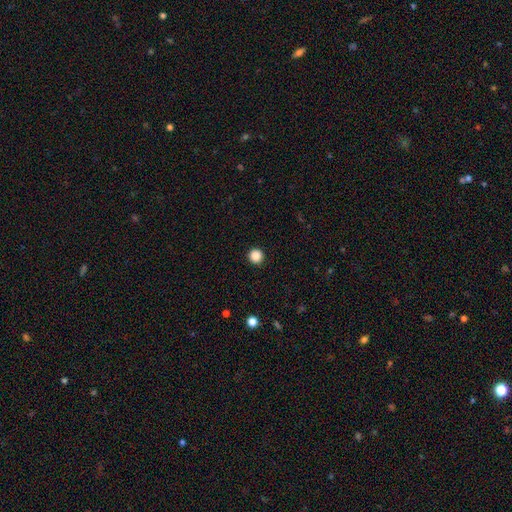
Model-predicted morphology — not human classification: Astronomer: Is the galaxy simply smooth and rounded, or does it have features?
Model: smooth — 87%.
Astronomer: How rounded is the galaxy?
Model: round — 96%.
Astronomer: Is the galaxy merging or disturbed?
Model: none — 93%.